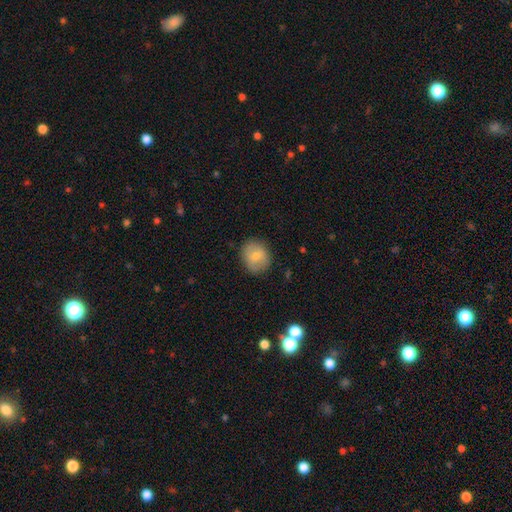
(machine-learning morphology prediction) smooth_or_featured: smooth (p=0.73) [alt: featured or disk p=0.19]
how_rounded: round (p=0.69) [alt: in between p=0.30]
merging: none (p=0.82) [alt: minor disturbance p=0.13]